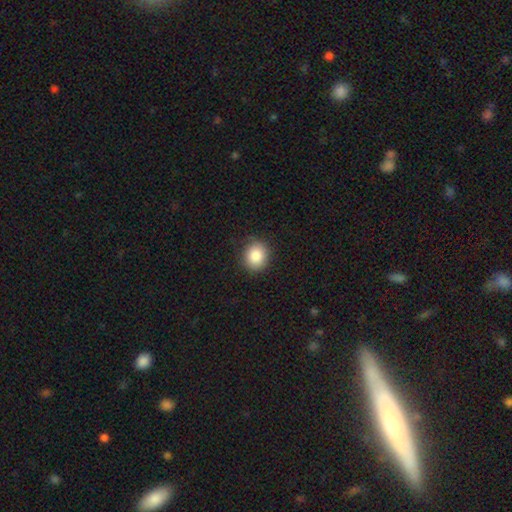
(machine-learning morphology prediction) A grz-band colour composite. It shows a smooth galaxy with no disk features (86%) that is round (75%). Merging: none (86%).